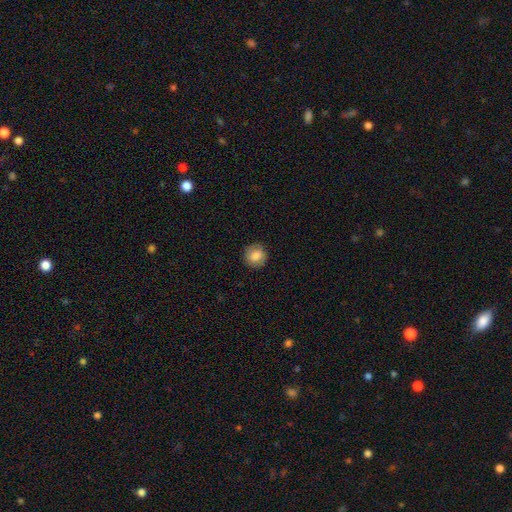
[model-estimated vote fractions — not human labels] Q: Smooth or featured?
A: smooth (82%); runner-up: featured or disk (9%)
Q: How rounded?
A: round (88%); runner-up: in between (11%)
Q: Merging?
A: none (87%); runner-up: minor disturbance (10%)